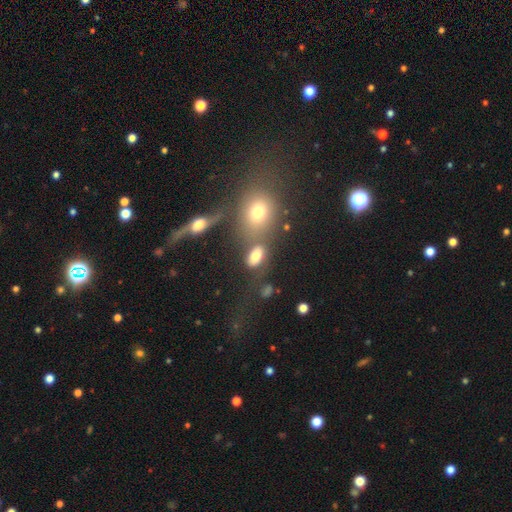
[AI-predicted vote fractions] Smooth or featured: smooth — 72% (featured or disk — 16%)
How rounded: in between — 85% (round — 12%)
Merging: none — 47% (merger — 24%)